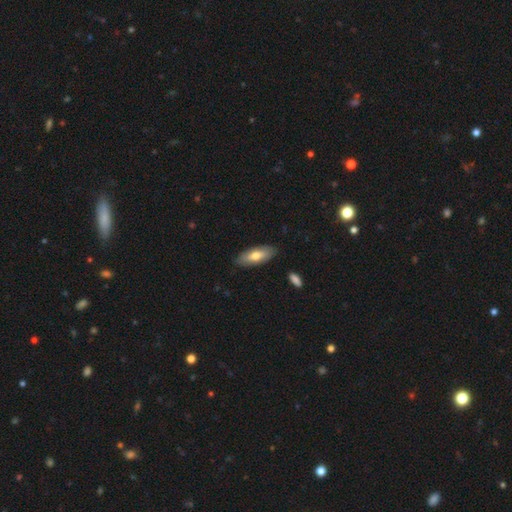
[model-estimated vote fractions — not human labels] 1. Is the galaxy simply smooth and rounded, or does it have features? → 64% smooth, 31% featured or disk, 6% star or artifact.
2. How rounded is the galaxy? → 74% in between, 23% cigar-shaped, 2% round.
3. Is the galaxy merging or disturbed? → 85% none, 11% minor disturbance, 2% major disturbance, 2% merger.